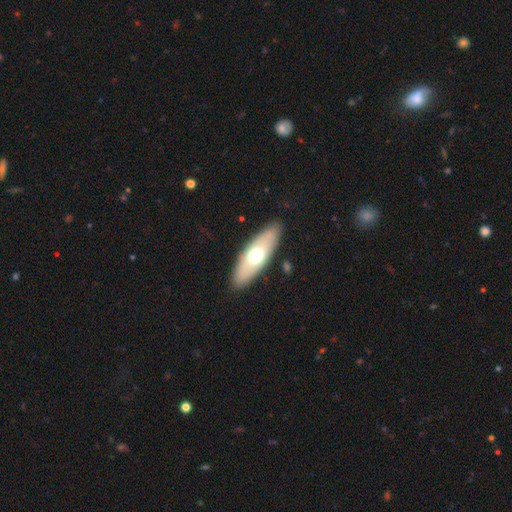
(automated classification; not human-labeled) Smooth or featured: smooth — 58% (featured or disk — 37%)
How rounded: in between — 64% (cigar-shaped — 34%)
Merging: none — 88% (minor disturbance — 9%)